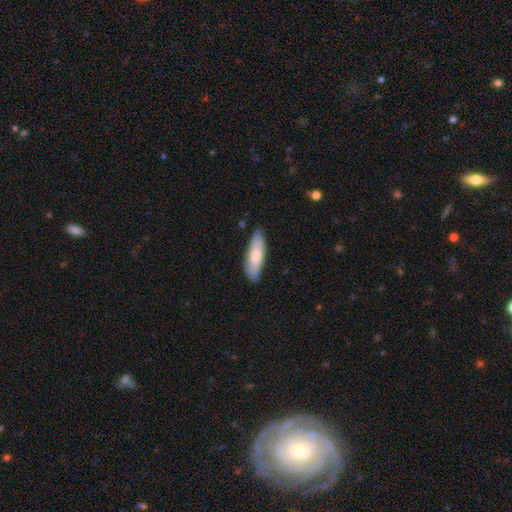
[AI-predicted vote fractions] This appears to be a smooth galaxy with no disk features (72%) that is in between round and cigar-shaped (50%). Merging: none (82%).